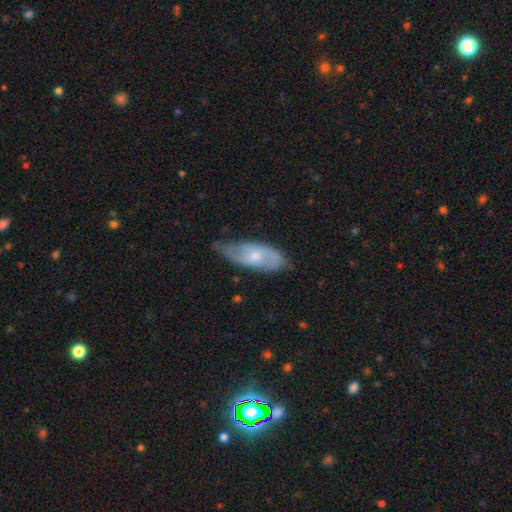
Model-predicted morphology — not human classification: featured or disk 53%, smooth 41%, star or artifact 6%. Down the decision tree: edge-on disk — no (84%); merging — none (58%).